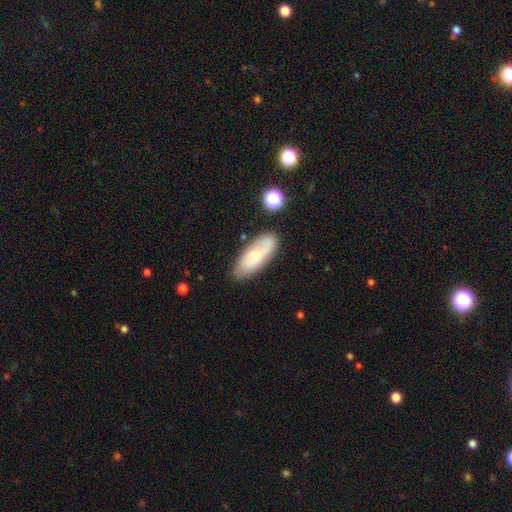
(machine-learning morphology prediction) Smooth or featured?
  - smooth: 57% *
  - featured or disk: 35%
  - star or artifact: 7%
How rounded?
  - in between: 77% *
  - cigar-shaped: 20%
  - round: 3%
Merging?
  - none: 72% *
  - minor disturbance: 18%
  - major disturbance: 5%
  - merger: 5%